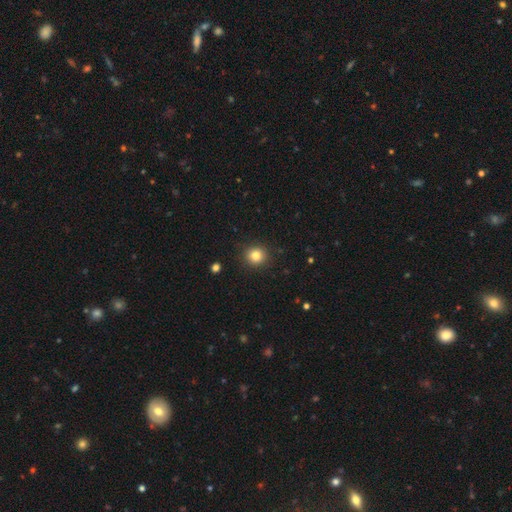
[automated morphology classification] type=smooth (82%); roundness=round (91%); merging=none (91%).